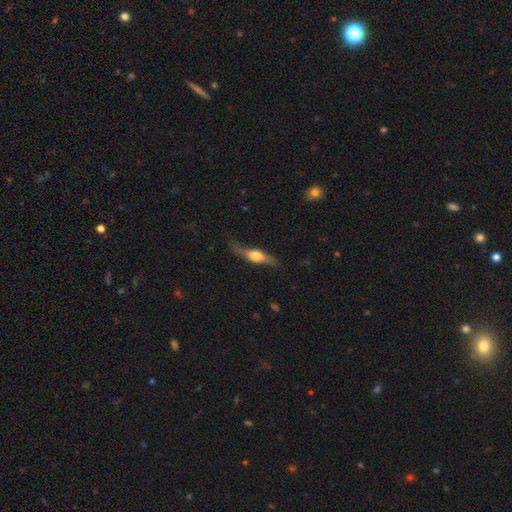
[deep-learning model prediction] smooth-or-featured: featured or disk: 61% | smooth: 33% | star or artifact: 6%
  disk-edge-on: yes: 87% | no: 13%
    edge-on-bulge: rounded: 92% | boxy: 6% | none: 2%
  merging: none: 69% | minor disturbance: 22% | major disturbance: 7% | merger: 2%